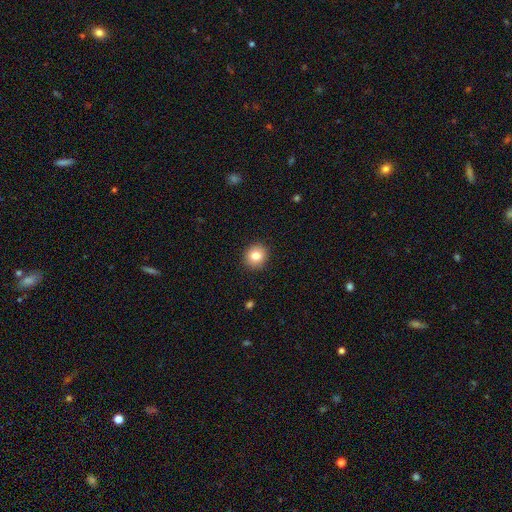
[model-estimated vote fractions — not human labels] The model was most divided on "smooth or featured": smooth: 81%, star or artifact: 10%, featured or disk: 9%. More confident: merging — none (92%); how rounded — round (88%).